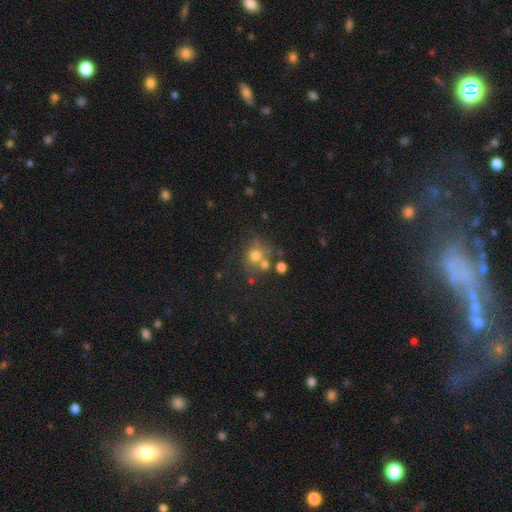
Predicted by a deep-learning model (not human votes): Morphology: type=smooth (65%); roundness=round (75%); merging=none (49%).